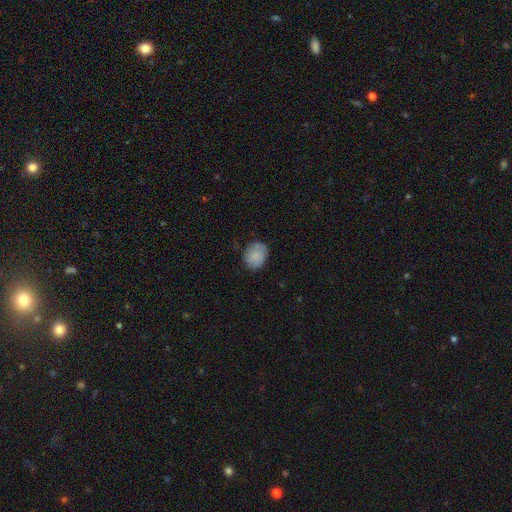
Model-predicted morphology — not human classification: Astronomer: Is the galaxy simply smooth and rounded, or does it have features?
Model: smooth — 81%.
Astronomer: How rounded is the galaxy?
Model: in between — 50% (runner-up: round, 49%).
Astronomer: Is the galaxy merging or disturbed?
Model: none — 73%.